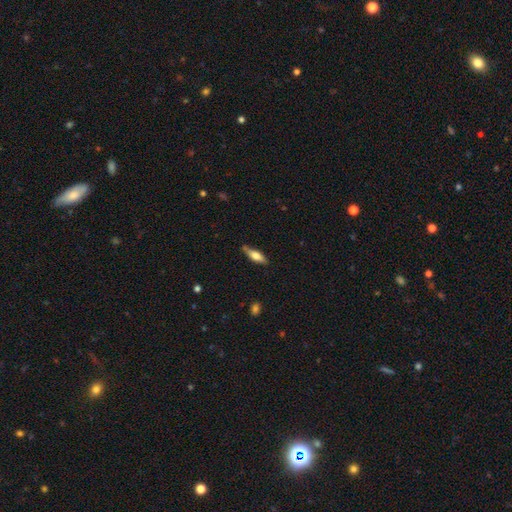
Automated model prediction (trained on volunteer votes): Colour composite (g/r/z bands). It shows a smooth galaxy with no disk features (63%) that is in between round and cigar-shaped (50%). Merging: none (75%).